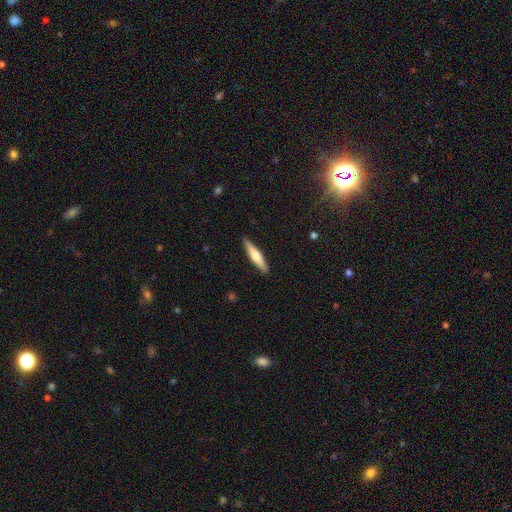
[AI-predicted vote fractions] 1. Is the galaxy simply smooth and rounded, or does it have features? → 50% smooth, 45% featured or disk, 5% star or artifact.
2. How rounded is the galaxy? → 88% cigar-shaped, 11% in between, 1% round.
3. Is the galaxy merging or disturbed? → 91% none, 7% minor disturbance, 1% major disturbance, 1% merger.